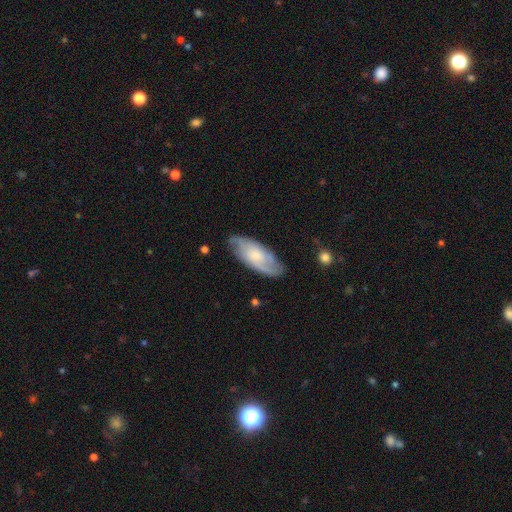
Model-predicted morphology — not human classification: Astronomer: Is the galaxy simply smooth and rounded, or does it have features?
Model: featured or disk — 65%.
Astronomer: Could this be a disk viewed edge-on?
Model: no — 89%.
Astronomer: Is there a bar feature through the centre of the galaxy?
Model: no — 69%.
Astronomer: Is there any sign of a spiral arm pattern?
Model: yes — 89%.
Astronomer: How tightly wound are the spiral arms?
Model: medium — 43% (runner-up: tight, 38%).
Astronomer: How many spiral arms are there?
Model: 2 — 52% (runner-up: can't tell, 29%).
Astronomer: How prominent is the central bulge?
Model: small — 52% (runner-up: moderate, 36%).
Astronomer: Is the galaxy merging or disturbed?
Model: none — 75%.